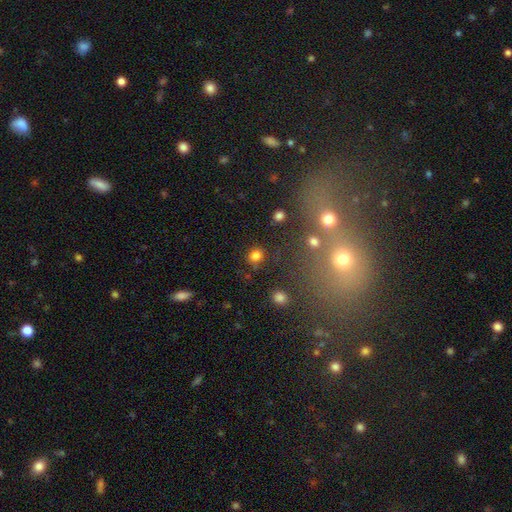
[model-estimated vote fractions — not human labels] smooth_or_featured: smooth (p=0.80) [alt: star or artifact p=0.14]
how_rounded: round (p=0.84) [alt: in between p=0.15]
merging: none (p=0.85) [alt: minor disturbance p=0.08]